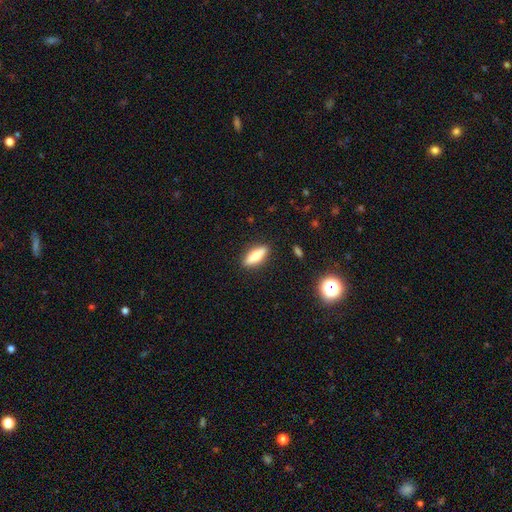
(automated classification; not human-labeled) The model was most divided on "how rounded": in between: 53%, cigar-shaped: 44%, round: 3%. More confident: merging — none (88%); smooth or featured — smooth (55%).